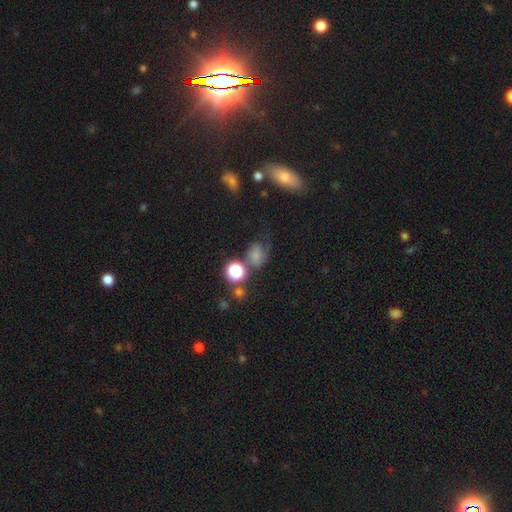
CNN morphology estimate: smooth_or_featured: smooth (p=0.51) [alt: featured or disk p=0.27]
how_rounded: round (p=0.52) [alt: in between p=0.47]
merging: none (p=0.39) [alt: major disturbance p=0.24]